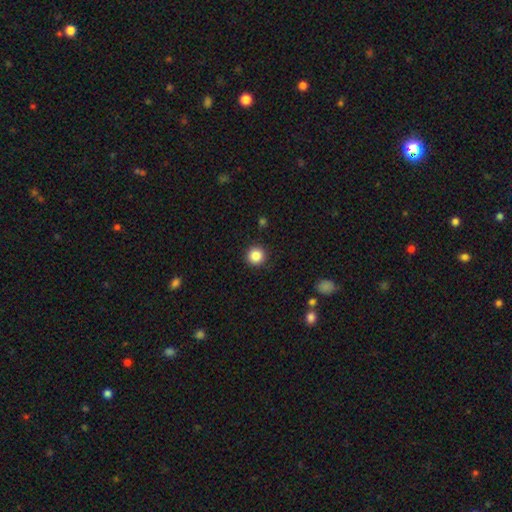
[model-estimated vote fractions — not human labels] Smooth or featured: smooth — 86% (star or artifact — 10%)
How rounded: round — 96% (in between — 3%)
Merging: none — 92% (minor disturbance — 5%)